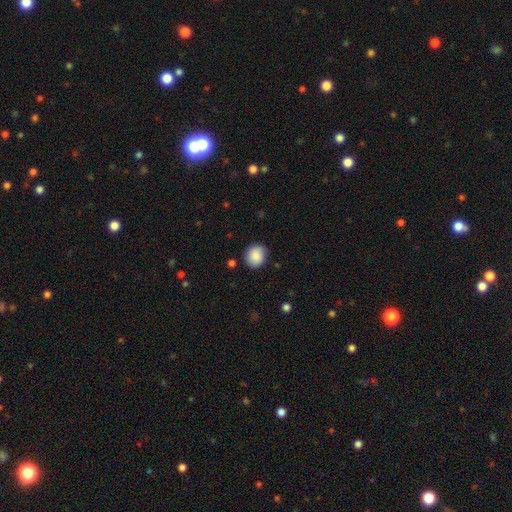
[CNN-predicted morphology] smooth 87%, star or artifact 8%, featured or disk 6%. Down the decision tree: how rounded — round (80%); merging — none (84%).